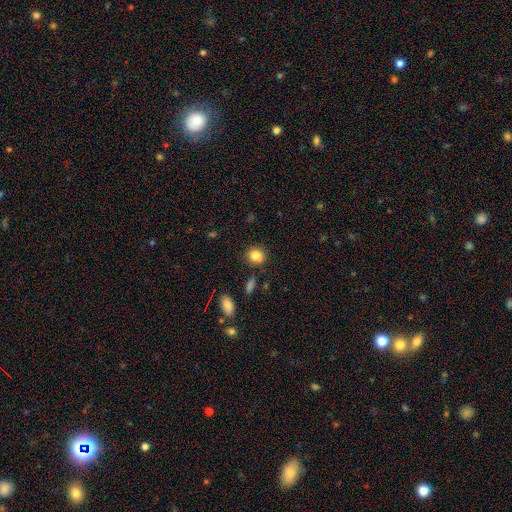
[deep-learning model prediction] This is clearly a smooth galaxy (84%). How rounded: likely round (73%). Merging: clearly none (83%).